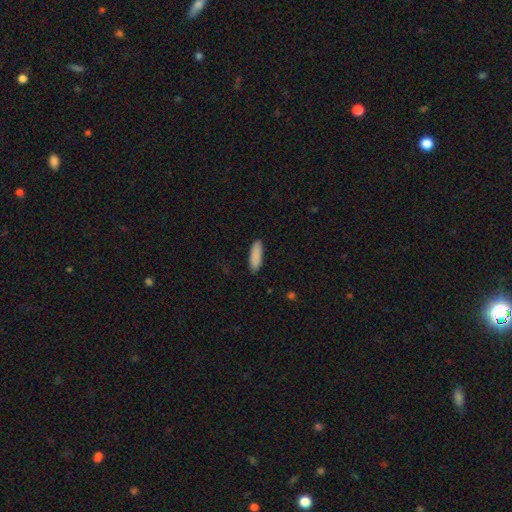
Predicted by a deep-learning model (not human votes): This appears to be a smooth galaxy with no disk features (89%) that is in between round and cigar-shaped (50%). Merging: none (89%).